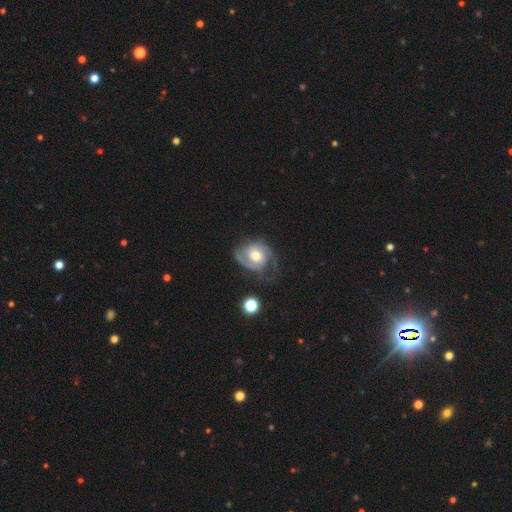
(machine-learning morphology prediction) featured or disk 80%, smooth 14%, star or artifact 6%. Down the decision tree: edge-on disk — no (97%); bar — no (64%); spiral arms — yes (93%); spiral arm count — 2 (69%); spiral winding — tight (43%); bulge size — moderate (69%); merging — none (52%).